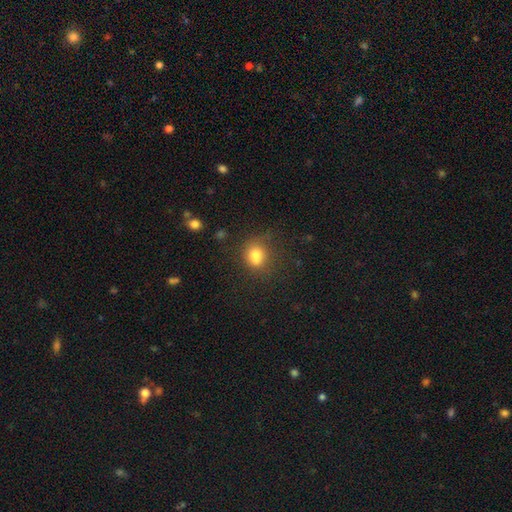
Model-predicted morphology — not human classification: Overall: smooth (77%). How rounded: round (57%; in between 41%). Merging: none (56%; minor disturbance 20%).